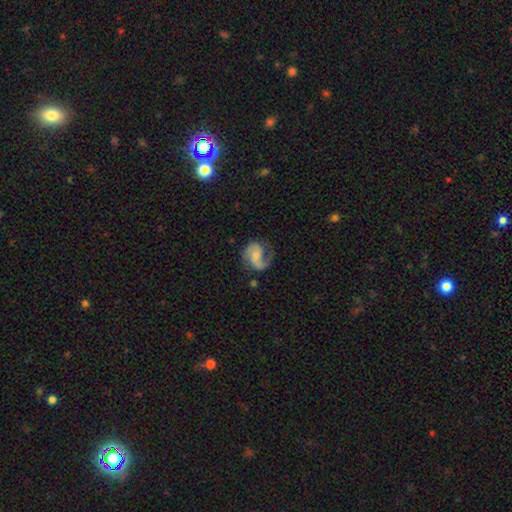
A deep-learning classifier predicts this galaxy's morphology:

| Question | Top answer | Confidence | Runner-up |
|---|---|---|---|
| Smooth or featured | featured or disk | 78% | smooth (16%) |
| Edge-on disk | no | 98% | yes (2%) |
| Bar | no | 52% | weak (39%) |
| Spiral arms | yes | 94% | no (6%) |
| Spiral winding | medium | 47% | loose (35%) |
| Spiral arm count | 2 | 66% | 1 (27%) |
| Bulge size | small | 48% | moderate (32%) |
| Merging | none | 57% | minor disturbance (21%) |